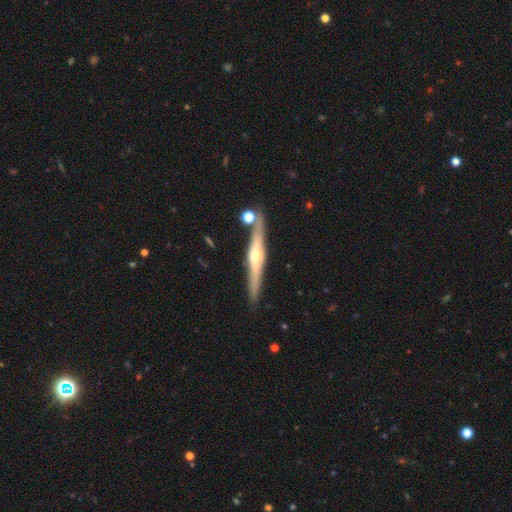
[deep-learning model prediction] Smooth or featured?
  - featured or disk: 72% *
  - smooth: 22%
  - star or artifact: 6%
Edge-on disk?
  - yes: 97% *
  - no: 3%
Edge-on bulge?
  - rounded: 87% *
  - boxy: 8%
  - none: 5%
Merging?
  - none: 83% *
  - minor disturbance: 10%
  - merger: 6%
  - major disturbance: 2%